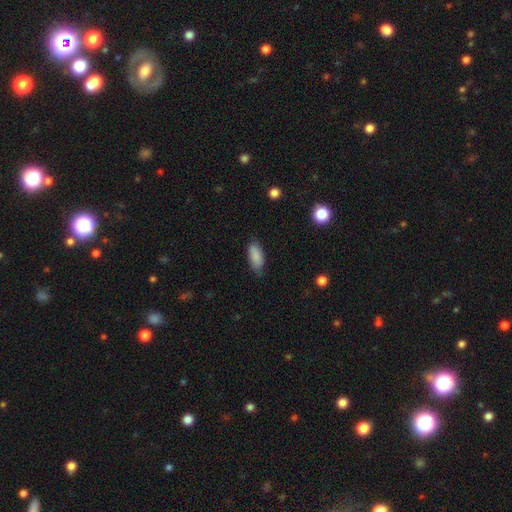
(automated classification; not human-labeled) This is clearly a smooth galaxy (87%). How rounded: clearly in between (87%). Merging: likely none (75%).